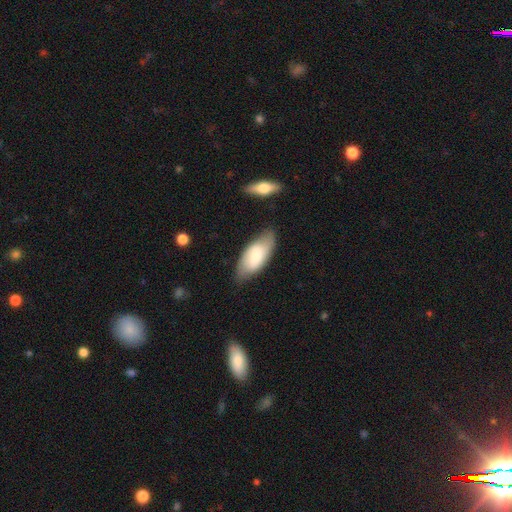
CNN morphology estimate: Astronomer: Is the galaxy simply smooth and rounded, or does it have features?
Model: smooth — 65%.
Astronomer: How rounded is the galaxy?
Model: in between — 89%.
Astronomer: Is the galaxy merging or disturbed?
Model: none — 72%.